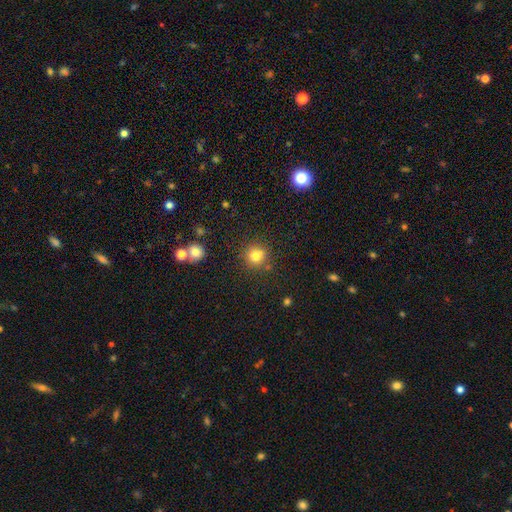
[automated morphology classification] Smooth or featured: smooth — 80% (star or artifact — 13%)
How rounded: round — 90% (in between — 9%)
Merging: none — 83% (minor disturbance — 9%)